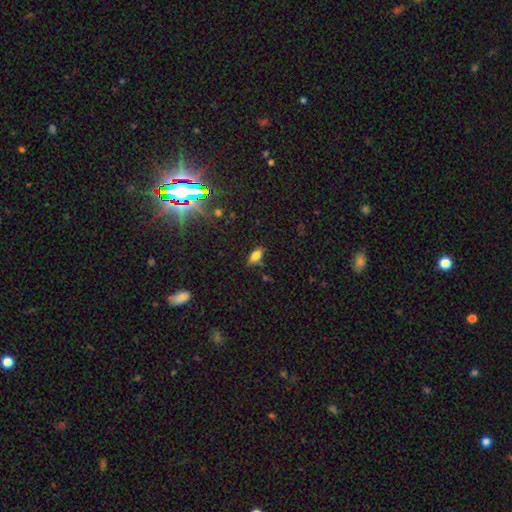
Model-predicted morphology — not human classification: Smooth or featured?
  - smooth: 78% *
  - star or artifact: 11%
  - featured or disk: 11%
How rounded?
  - in between: 87% *
  - cigar-shaped: 9%
  - round: 4%
Merging?
  - none: 78% *
  - minor disturbance: 14%
  - merger: 4%
  - major disturbance: 3%